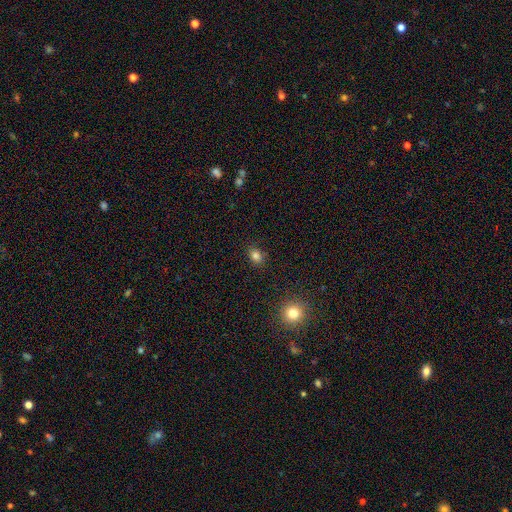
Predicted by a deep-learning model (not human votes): Q: Smooth or featured?
A: smooth (82%); runner-up: star or artifact (13%)
Q: How rounded?
A: in between (61%); runner-up: round (37%)
Q: Merging?
A: none (85%); runner-up: minor disturbance (11%)